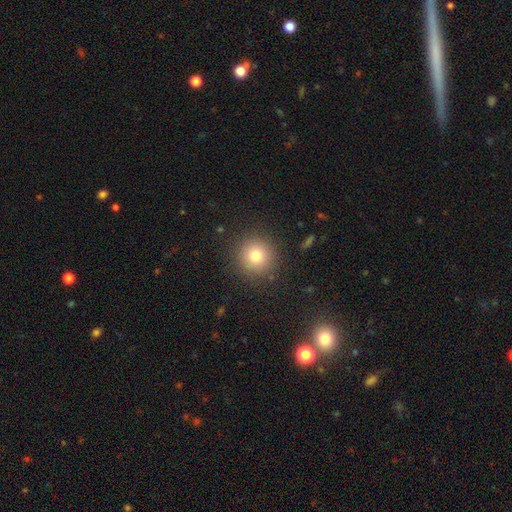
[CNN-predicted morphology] Smooth or featured: smooth — 78% (star or artifact — 13%)
How rounded: round — 94% (in between — 5%)
Merging: none — 90% (minor disturbance — 6%)